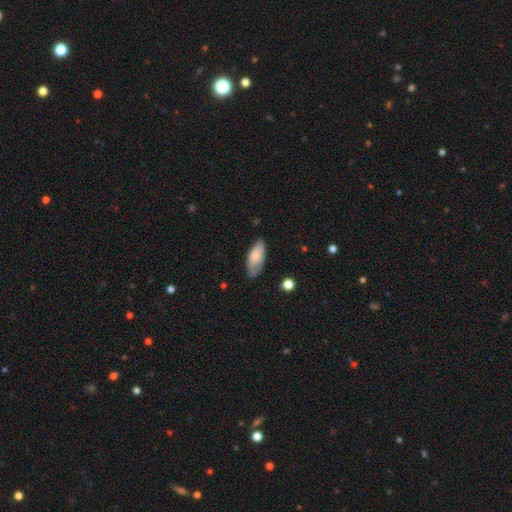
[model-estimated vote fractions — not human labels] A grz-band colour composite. It shows a smooth galaxy with no disk features (69%) that is in between round and cigar-shaped (86%). Merging: none (65%).